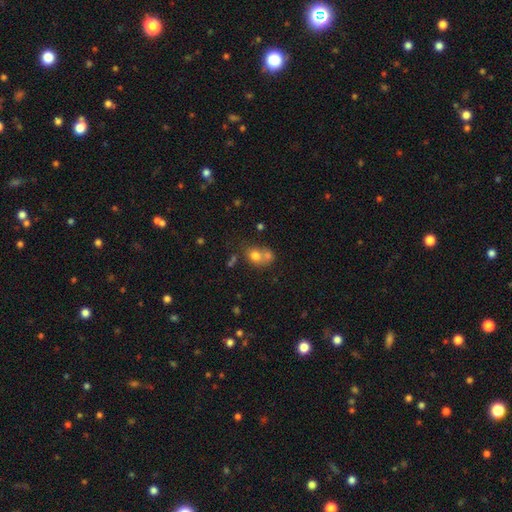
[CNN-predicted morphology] The model was most divided on "merging": merger: 56%, none: 32%, minor disturbance: 8%, major disturbance: 4%. More confident: smooth or featured — smooth (72%); how rounded — round (62%).